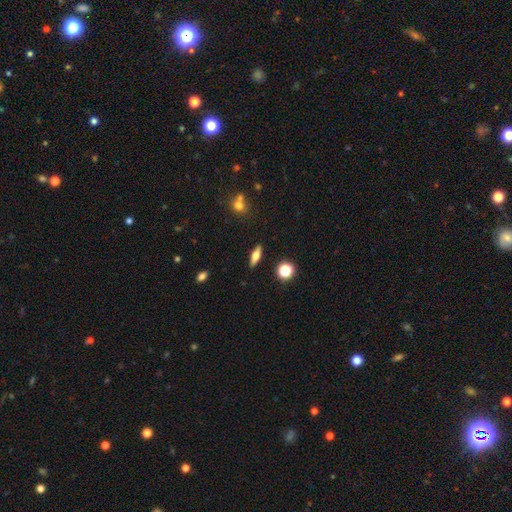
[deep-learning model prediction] smooth_or_featured: smooth (p=0.48) [alt: featured or disk p=0.43]
merging: none (p=0.87) [alt: minor disturbance p=0.08]